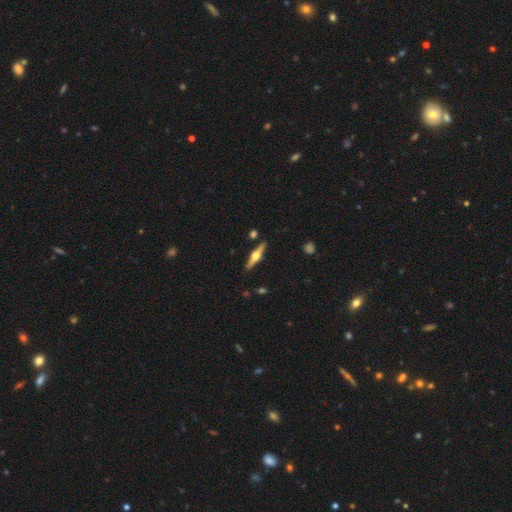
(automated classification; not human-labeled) The model was most divided on "smooth or featured": featured or disk: 74%, smooth: 20%, star or artifact: 5%. More confident: edge-on disk — yes (97%); edge-on bulge — rounded (96%); merging — none (89%).